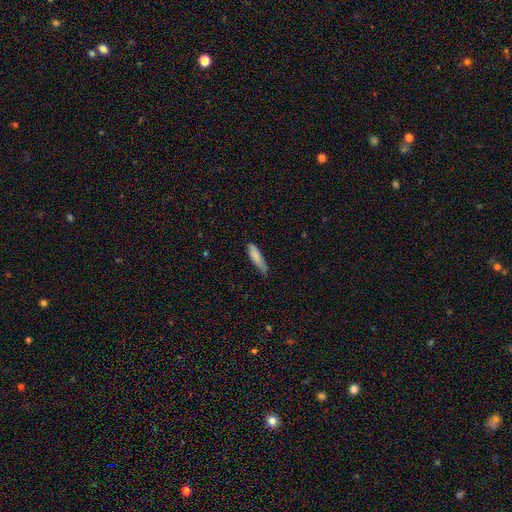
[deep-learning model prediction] This is clearly a smooth galaxy (83%). How rounded: likely cigar-shaped (68%). Merging: likely none (66%).